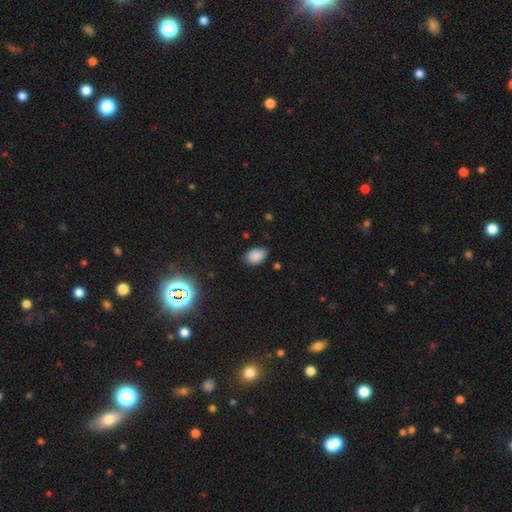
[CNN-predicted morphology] smooth_or_featured: smooth (p=0.86) [alt: star or artifact p=0.10]
how_rounded: in between (p=0.85) [alt: round p=0.14]
merging: none (p=0.81) [alt: minor disturbance p=0.16]